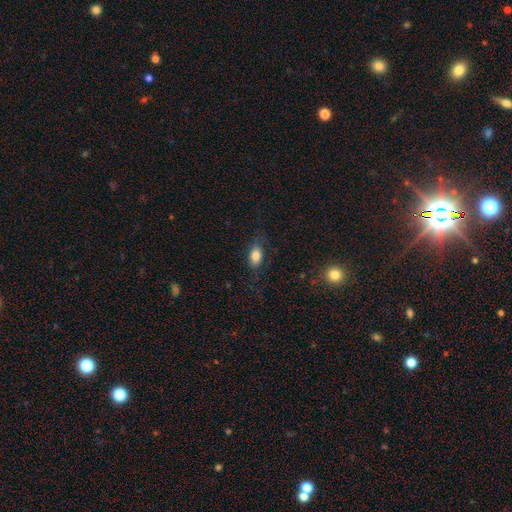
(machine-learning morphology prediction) This is clearly a smooth galaxy (80%). How rounded: clearly in between (88%). Merging: likely none (72%).